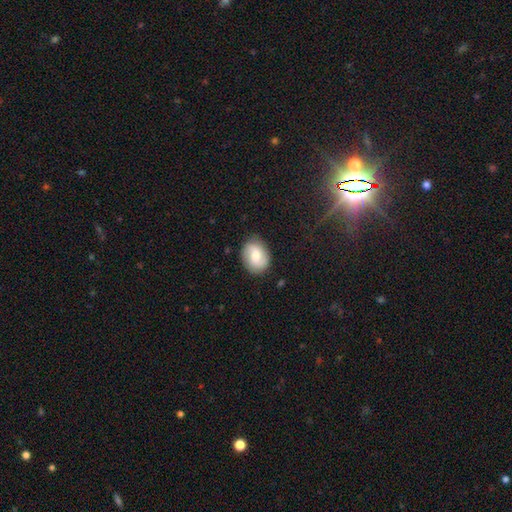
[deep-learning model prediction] This appears to be a smooth galaxy with no disk features (61%) that is in between round and cigar-shaped (55%). Merging: none (82%).